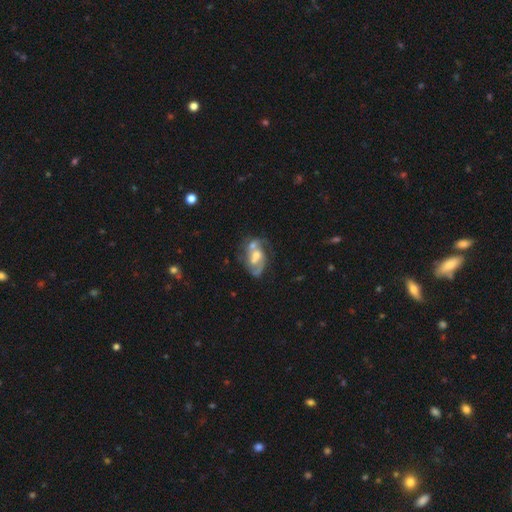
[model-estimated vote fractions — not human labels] Morphology: type=featured or disk (68%); edge-on=no (96%); bar=no (56%); spiral arms=yes (74%); bulge=moderate (51%); merging=merger (44%).